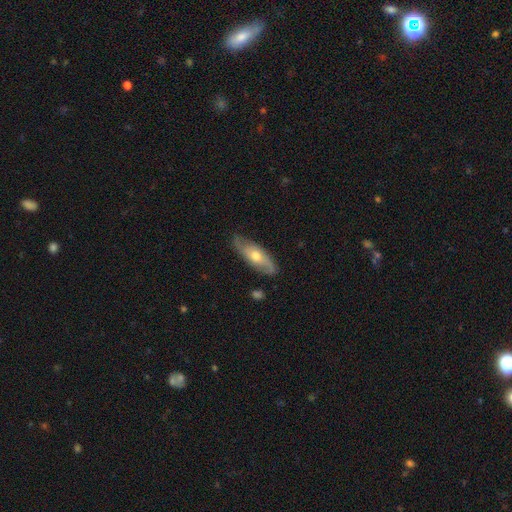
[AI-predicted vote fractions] Q: Smooth or featured?
A: featured or disk (63%); runner-up: smooth (31%)
Q: Edge-on disk?
A: no (75%); runner-up: yes (25%)
Q: Merging?
A: none (79%); runner-up: minor disturbance (16%)